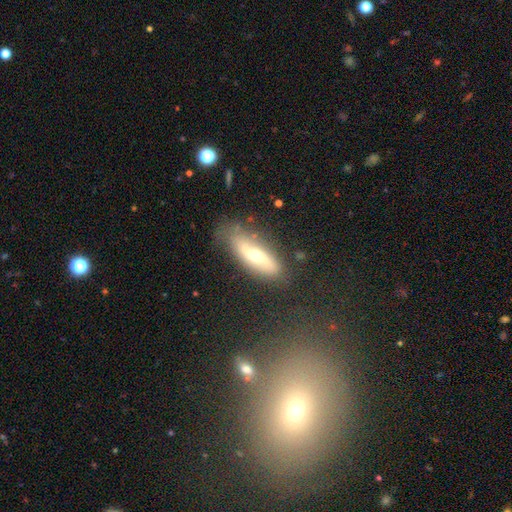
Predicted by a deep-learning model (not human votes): The model was most divided on "smooth or featured": featured or disk: 58%, smooth: 35%, star or artifact: 7%. More confident: edge-on disk — no (72%); merging — none (71%).